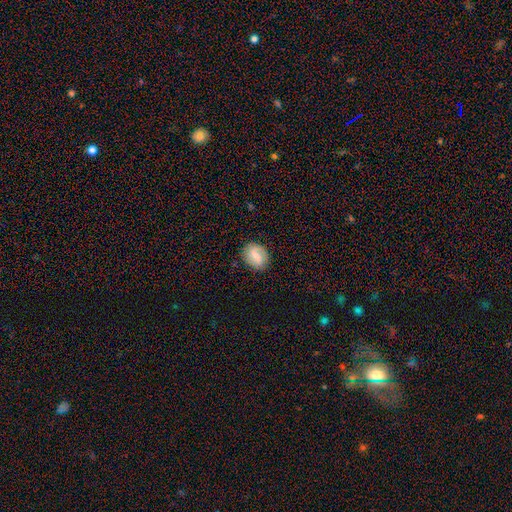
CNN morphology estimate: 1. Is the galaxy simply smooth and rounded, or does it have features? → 54% smooth, 39% featured or disk, 8% star or artifact.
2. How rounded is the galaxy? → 50% in between, 48% round, 2% cigar-shaped.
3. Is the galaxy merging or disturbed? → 83% none, 12% minor disturbance, 3% major disturbance, 1% merger.